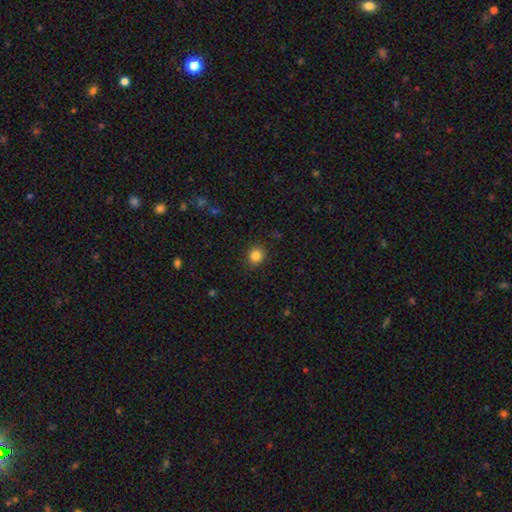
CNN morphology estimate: smooth-or-featured: smooth: 84% | star or artifact: 11% | featured or disk: 5%
  how-rounded: round: 78% | in between: 21% | cigar-shaped: 1%
  merging: none: 89% | minor disturbance: 7% | major disturbance: 2% | merger: 1%